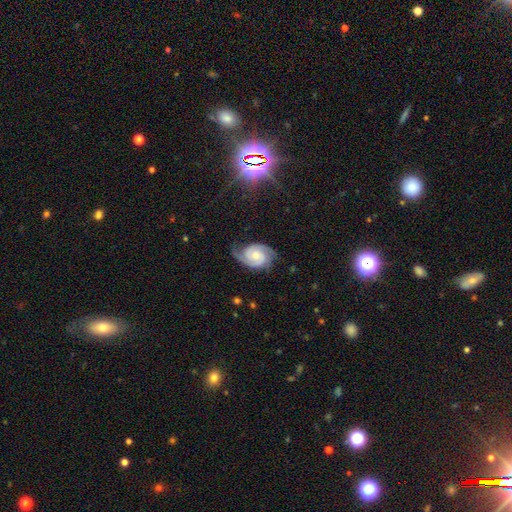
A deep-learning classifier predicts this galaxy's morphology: This appears to be a featured or disk galaxy (88%) with no bar (64%), 2 (89%) tight (49%) spiral arms (98%) and a small central bulge (49%). Merging: none (73%).